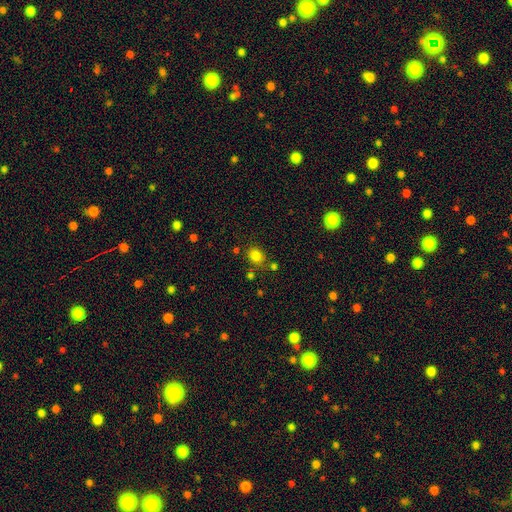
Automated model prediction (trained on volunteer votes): Smooth or featured?
  - smooth: 80% *
  - star or artifact: 14%
  - featured or disk: 6%
How rounded?
  - round: 63% *
  - in between: 36%
  - cigar-shaped: 1%
Merging?
  - none: 76% *
  - minor disturbance: 12%
  - merger: 7%
  - major disturbance: 4%